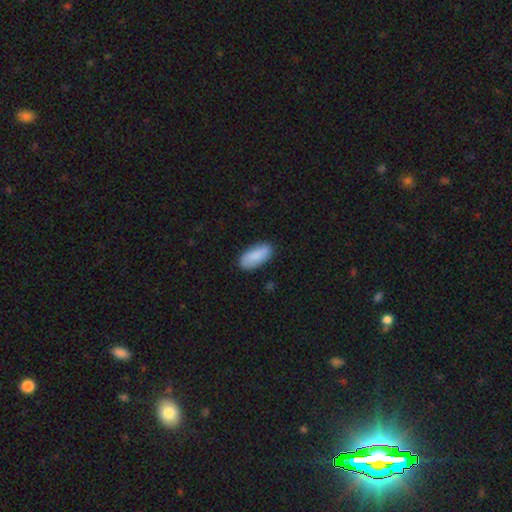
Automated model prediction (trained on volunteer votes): Morphology: type=smooth (85%); roundness=in between (84%); merging=none (83%).